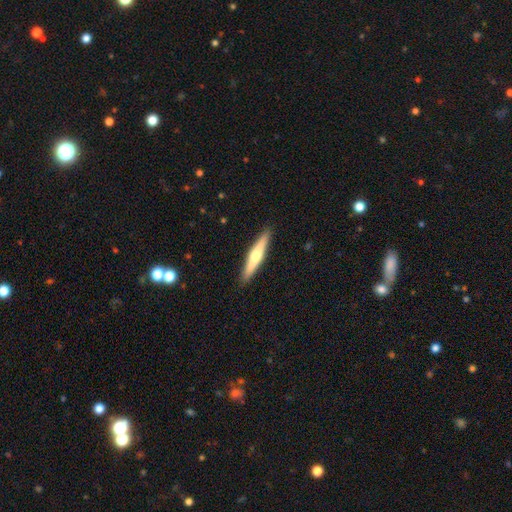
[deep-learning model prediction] Smooth or featured: featured or disk — 50% (smooth — 45%)
Edge-on disk: yes — 95% (no — 5%)
Merging: none — 91% (minor disturbance — 7%)